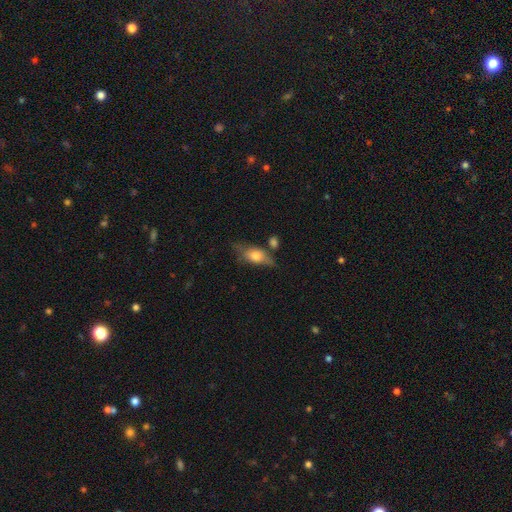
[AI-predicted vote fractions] The model was most divided on "merging": none: 49%, minor disturbance: 27%, major disturbance: 12%, merger: 12%. More confident: how rounded — in between (77%); smooth or featured — smooth (62%).